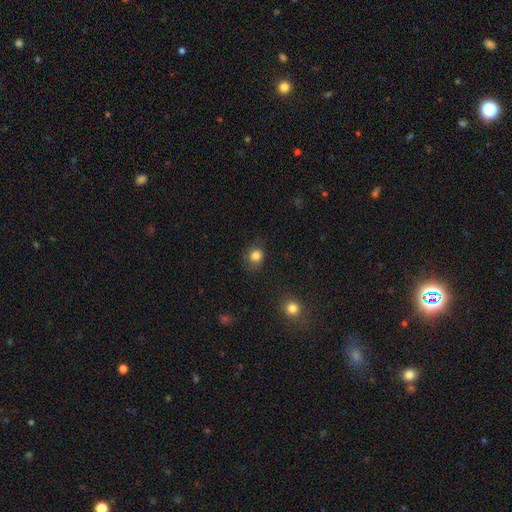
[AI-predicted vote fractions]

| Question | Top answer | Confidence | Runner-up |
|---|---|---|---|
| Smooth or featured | smooth | 82% | star or artifact (11%) |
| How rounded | round | 70% | in between (29%) |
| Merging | none | 68% | minor disturbance (22%) |